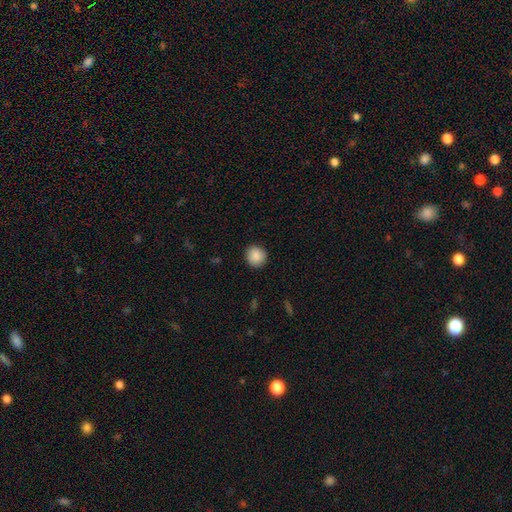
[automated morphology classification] A smooth galaxy with no disk features (89%) that is round (90%).

Vote fractions:
- Smooth or featured? smooth: 89% / star or artifact: 8% / featured or disk: 3%
- How rounded? round: 90% / in between: 9% / cigar-shaped: 1%
- Merging? none: 90% / minor disturbance: 7% / major disturbance: 2% / merger: 1%